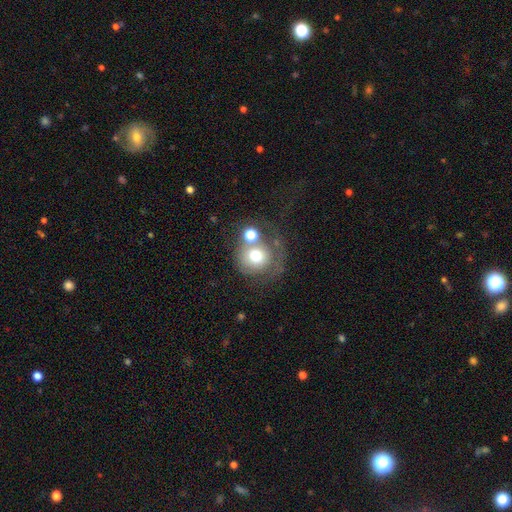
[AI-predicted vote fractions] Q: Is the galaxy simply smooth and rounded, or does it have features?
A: smooth — 63%.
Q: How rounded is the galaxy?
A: round — 88%.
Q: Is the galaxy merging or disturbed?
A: none — 37%.